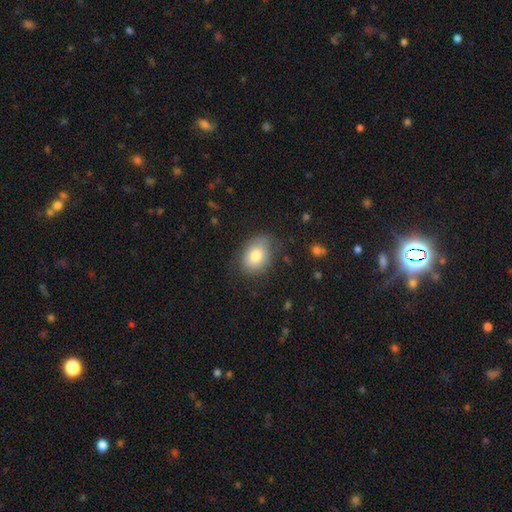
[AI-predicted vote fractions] smooth 79%, featured or disk 13%, star or artifact 8%. Down the decision tree: how rounded — in between (74%); merging — none (74%).